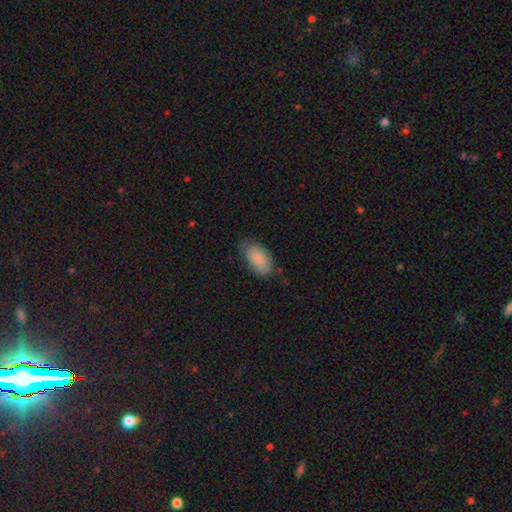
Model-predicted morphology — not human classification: Smooth or featured: smooth — 85% (featured or disk — 9%)
How rounded: in between — 94% (round — 4%)
Merging: none — 69% (minor disturbance — 25%)